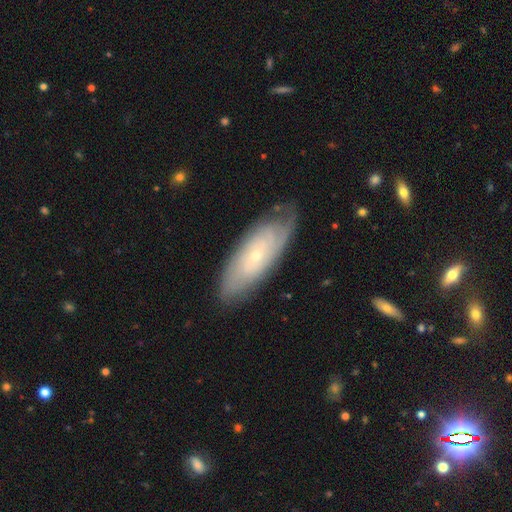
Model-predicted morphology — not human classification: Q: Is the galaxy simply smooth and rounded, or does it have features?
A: featured or disk — 68%.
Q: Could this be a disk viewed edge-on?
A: no — 85%.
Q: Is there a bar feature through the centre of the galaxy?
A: no — 79%.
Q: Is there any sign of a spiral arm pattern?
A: yes — 83%.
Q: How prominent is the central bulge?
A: small — 78%.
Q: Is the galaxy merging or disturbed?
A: none — 75%.